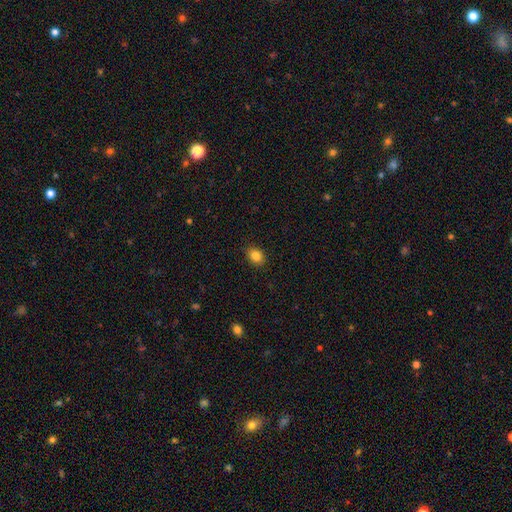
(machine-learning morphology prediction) Smooth or featured?
  - smooth: 84% *
  - star or artifact: 10%
  - featured or disk: 6%
How rounded?
  - in between: 61% *
  - round: 38%
  - cigar-shaped: 1%
Merging?
  - none: 89% *
  - minor disturbance: 8%
  - major disturbance: 2%
  - merger: 1%